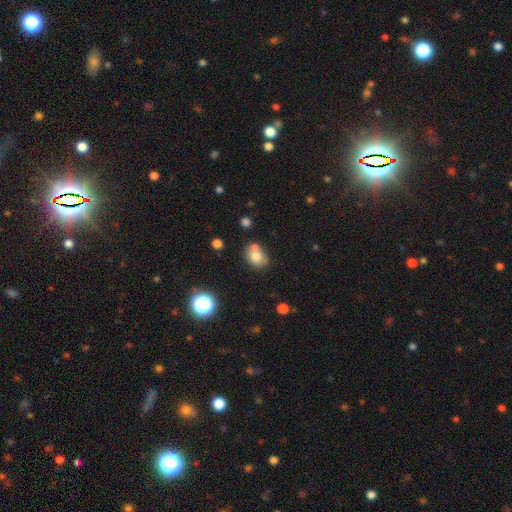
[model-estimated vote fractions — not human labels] Morphology: type=smooth (77%); roundness=in between (58%); merging=none (51%).